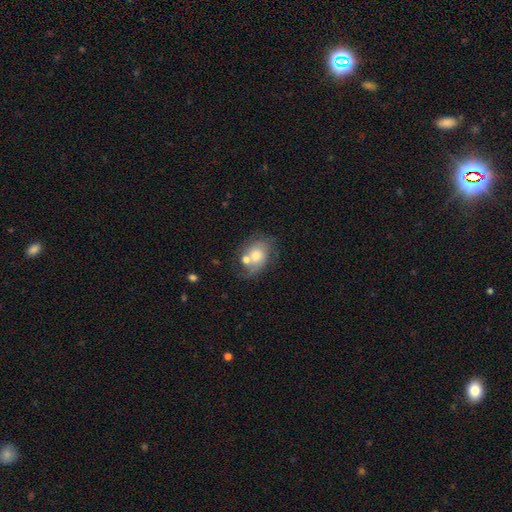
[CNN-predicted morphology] smooth 48%, featured or disk 43%, star or artifact 9%. Down the decision tree: merging — none (41%).